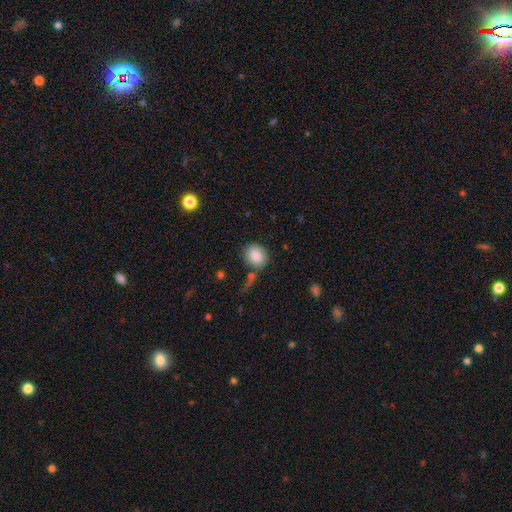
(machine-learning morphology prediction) Q: Smooth or featured?
A: smooth (86%); runner-up: star or artifact (8%)
Q: How rounded?
A: round (64%); runner-up: in between (34%)
Q: Merging?
A: none (72%); runner-up: minor disturbance (15%)